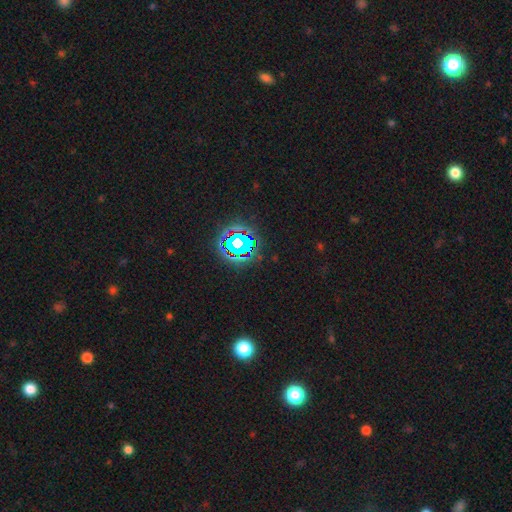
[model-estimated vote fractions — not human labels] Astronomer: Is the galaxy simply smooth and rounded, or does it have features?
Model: star or artifact — 79%.